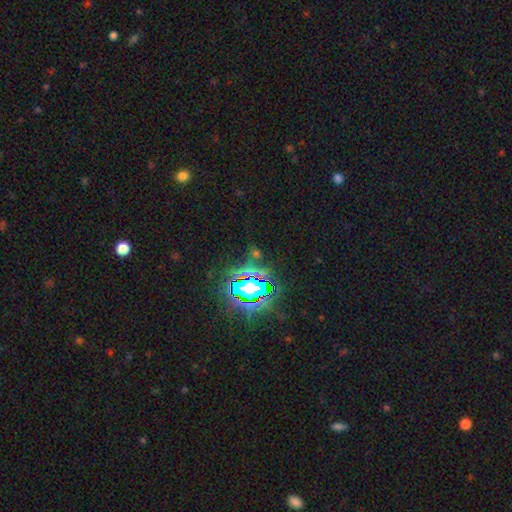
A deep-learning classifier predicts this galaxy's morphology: Smooth or featured?
  - star or artifact: 75% *
  - smooth: 16%
  - featured or disk: 10%